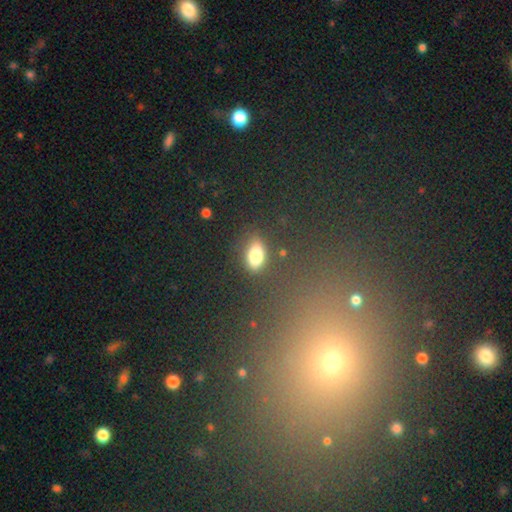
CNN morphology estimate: This is likely a smooth galaxy (79%). How rounded: clearly in between (85%). Merging: likely none (77%).